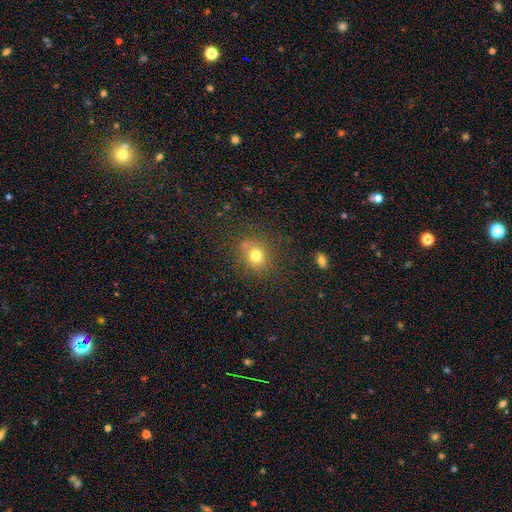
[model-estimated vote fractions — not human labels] This appears to be a smooth galaxy with no disk features (76%) that is round (75%). Merging: none (73%).